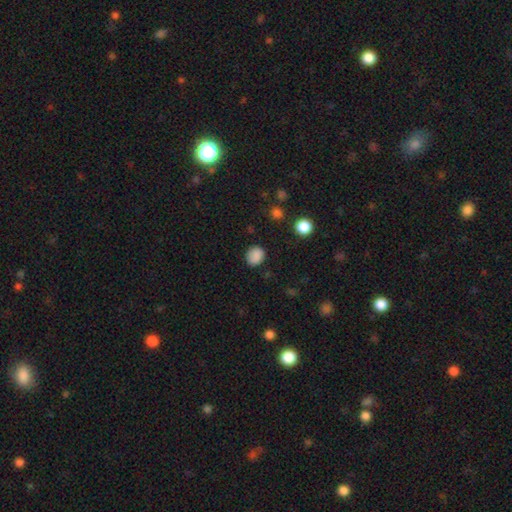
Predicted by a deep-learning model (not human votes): A smooth galaxy with no disk features (85%) that is round (67%).

Vote fractions:
- Smooth or featured? smooth: 85% / star or artifact: 11% / featured or disk: 4%
- How rounded? round: 67% / in between: 33% / cigar-shaped: 1%
- Merging? none: 83% / minor disturbance: 13% / major disturbance: 3% / merger: 2%